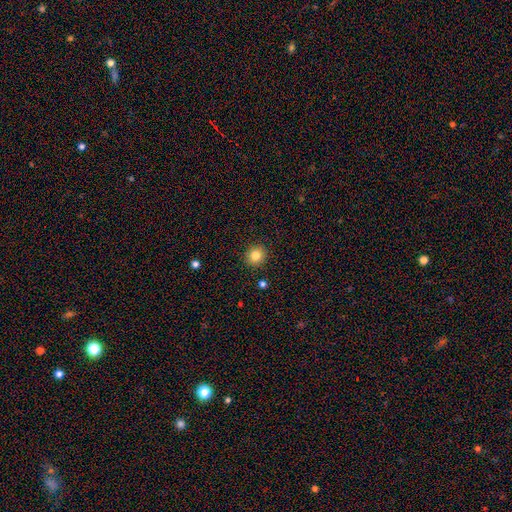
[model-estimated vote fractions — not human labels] A smooth galaxy with no disk features (83%) that is round (86%).

Vote fractions:
- Smooth or featured? smooth: 83% / star or artifact: 11% / featured or disk: 6%
- How rounded? round: 86% / in between: 13% / cigar-shaped: 1%
- Merging? none: 91% / minor disturbance: 6% / major disturbance: 2% / merger: 1%